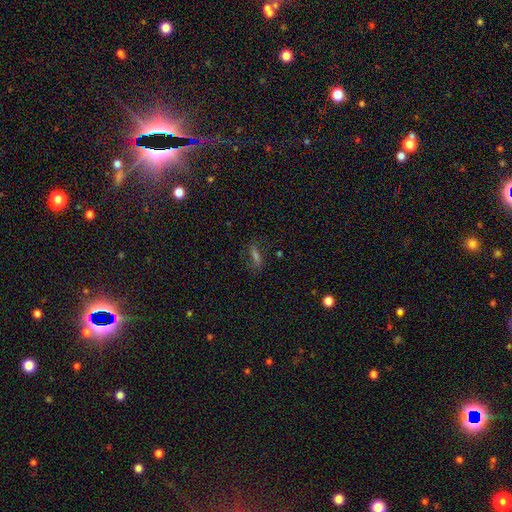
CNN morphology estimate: smooth-or-featured: smooth: 39% | featured or disk: 32% | star or artifact: 29%
  merging: none: 72% | minor disturbance: 16% | major disturbance: 10% | merger: 2%